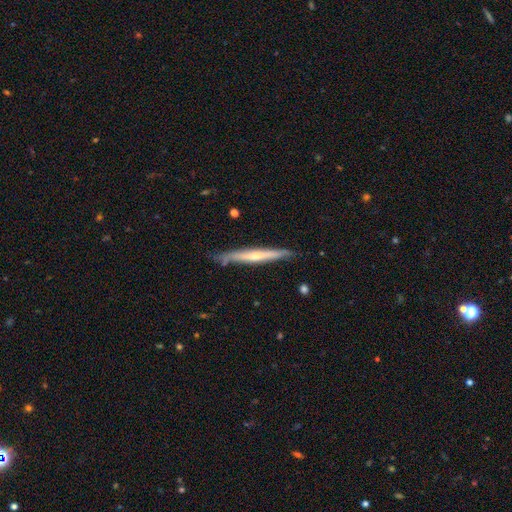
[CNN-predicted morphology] Smooth or featured? featured or disk (60%)
Edge-on disk? yes (94%)
Edge-on bulge? rounded (57%)
Merging? none (81%)